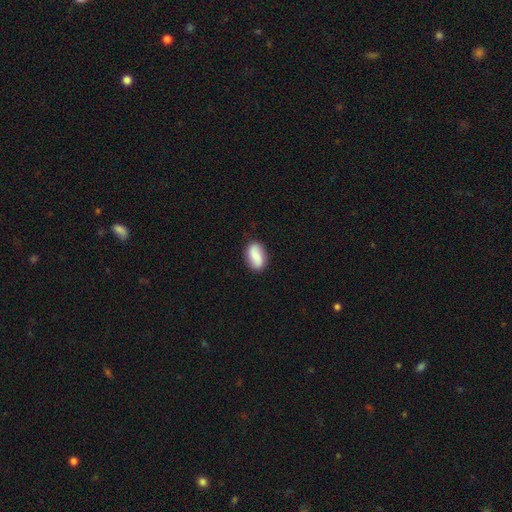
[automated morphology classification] Smooth or featured: smooth — 74% (featured or disk — 19%)
How rounded: in between — 90% (round — 7%)
Merging: none — 85% (minor disturbance — 11%)